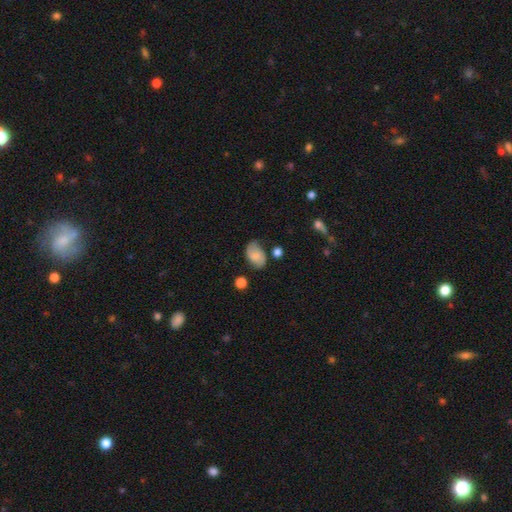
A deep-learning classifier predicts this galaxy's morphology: Overall: smooth (59%; featured or disk 32%). How rounded: in between (85%). Merging: none (59%; minor disturbance 28%).